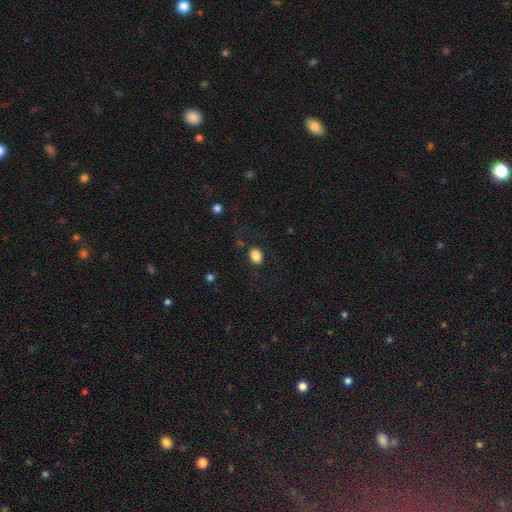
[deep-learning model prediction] Smooth or featured?
  - smooth: 84% *
  - star or artifact: 9%
  - featured or disk: 6%
How rounded?
  - in between: 72% *
  - round: 27%
  - cigar-shaped: 1%
Merging?
  - none: 80% *
  - minor disturbance: 12%
  - major disturbance: 6%
  - merger: 2%